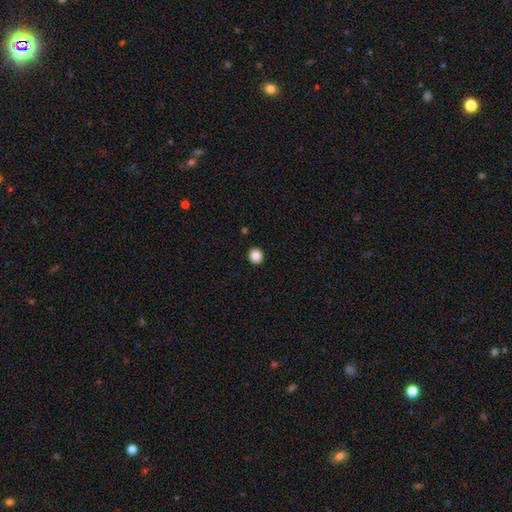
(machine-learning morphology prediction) This is clearly a smooth galaxy (86%). How rounded: clearly round (83%). Merging: clearly none (93%).